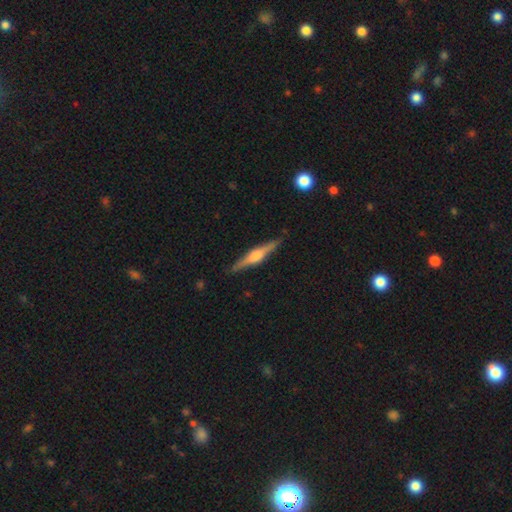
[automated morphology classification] Overall: featured or disk (74%). Edge-on disk: yes (98%). Edge-on bulge: rounded (88%). Merging: none (90%).